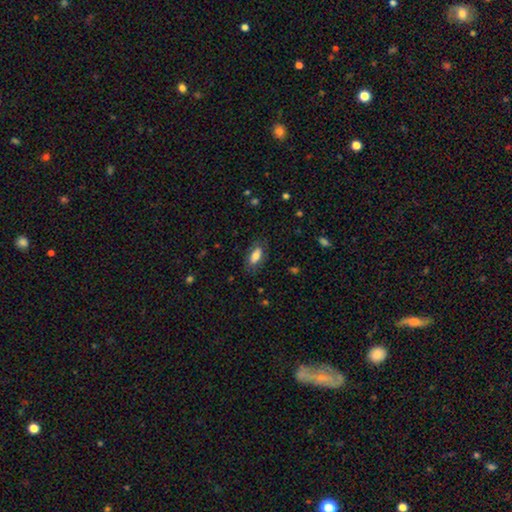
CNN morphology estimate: Overall: smooth (73%). How rounded: in between (86%). Merging: none (76%).